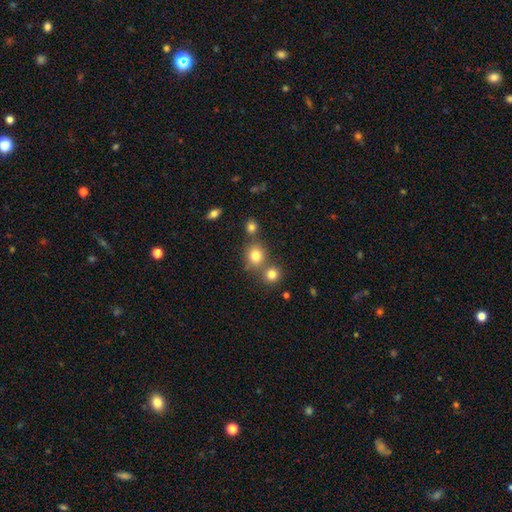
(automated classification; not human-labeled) smooth 78%, star or artifact 14%, featured or disk 8%. Down the decision tree: how rounded — round (82%); merging — none (63%).